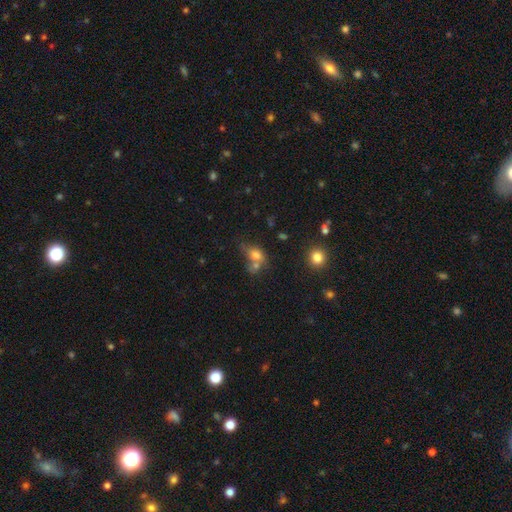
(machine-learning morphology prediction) Q: Smooth or featured?
A: smooth (72%); runner-up: featured or disk (15%)
Q: How rounded?
A: in between (60%); runner-up: round (38%)
Q: Merging?
A: merger (45%); runner-up: none (31%)